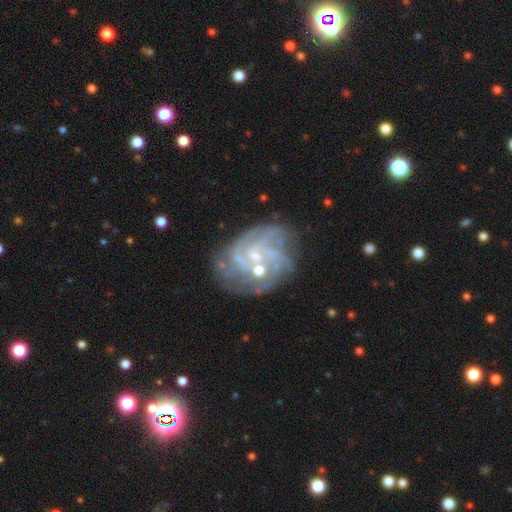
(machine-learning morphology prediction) smooth-or-featured: featured or disk: 82% | star or artifact: 9% | smooth: 9%
  disk-edge-on: no: 98% | yes: 2%
    bar: no: 57% | weak: 36% | strong: 8%
    has-spiral-arms: yes: 91% | no: 9%
      spiral-winding: tight: 55% | medium: 34% | loose: 11%
      spiral-arm-count: can't tell: 31% | 4: 25% | 3: 16% | more than 4: 11% | 2: 10% | 1: 7%
    bulge-size: small: 63% | moderate: 25% | none: 10% | large: 2% | dominant: 1%
  merging: none: 62% | minor disturbance: 18% | major disturbance: 12% | merger: 7%